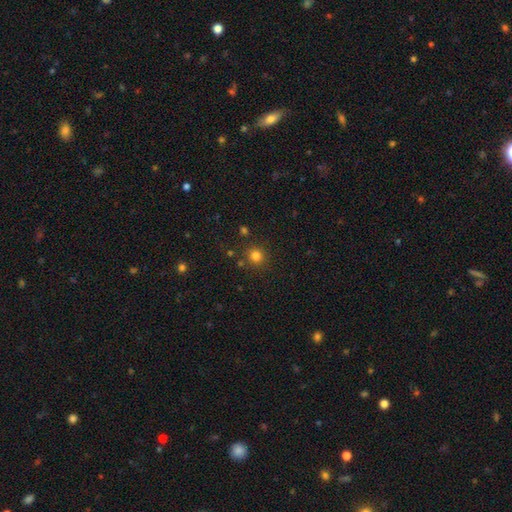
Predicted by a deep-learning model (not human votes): smooth_or_featured: smooth (p=0.81) [alt: star or artifact p=0.15]
how_rounded: round (p=0.91) [alt: in between p=0.08]
merging: none (p=0.84) [alt: minor disturbance p=0.08]